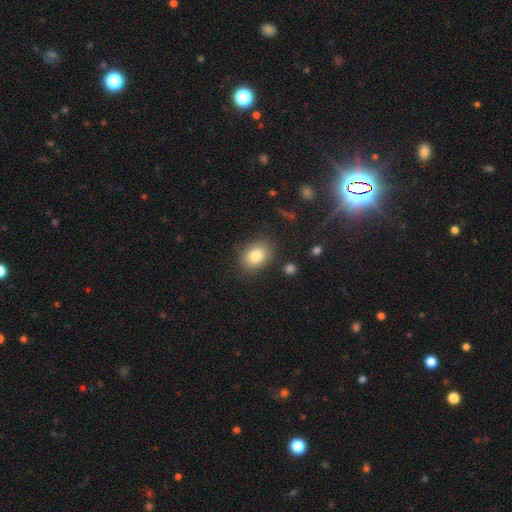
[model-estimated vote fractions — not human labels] This appears to be a smooth galaxy with no disk features (82%) that is in between round and cigar-shaped (67%). Merging: none (82%).